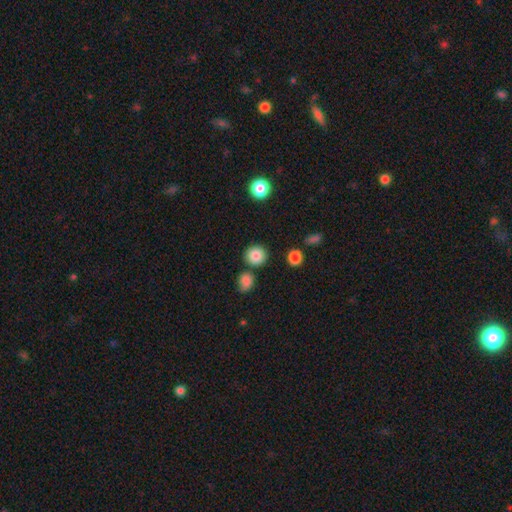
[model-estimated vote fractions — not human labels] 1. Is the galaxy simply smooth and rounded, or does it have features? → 85% smooth, 10% star or artifact, 5% featured or disk.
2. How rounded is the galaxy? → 89% round, 10% in between, 1% cigar-shaped.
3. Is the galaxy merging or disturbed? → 82% none, 8% minor disturbance, 7% merger, 3% major disturbance.